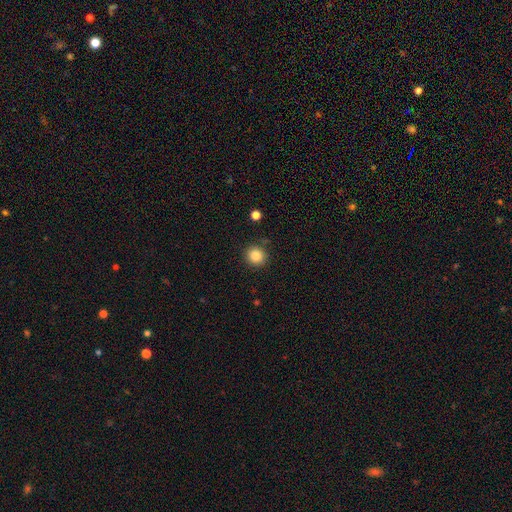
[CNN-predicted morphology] Smooth or featured?
  - smooth: 84% *
  - star or artifact: 11%
  - featured or disk: 5%
How rounded?
  - round: 91% *
  - in between: 8%
  - cigar-shaped: 1%
Merging?
  - none: 87% *
  - minor disturbance: 8%
  - merger: 2%
  - major disturbance: 2%